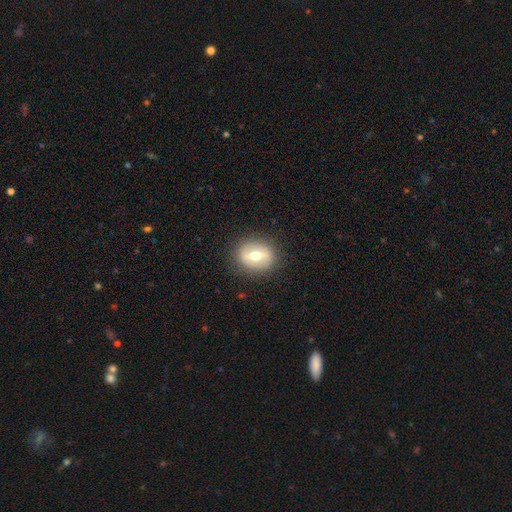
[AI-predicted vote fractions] Morphology: type=featured or disk (53%); edge-on=no (80%); merging=none (86%).